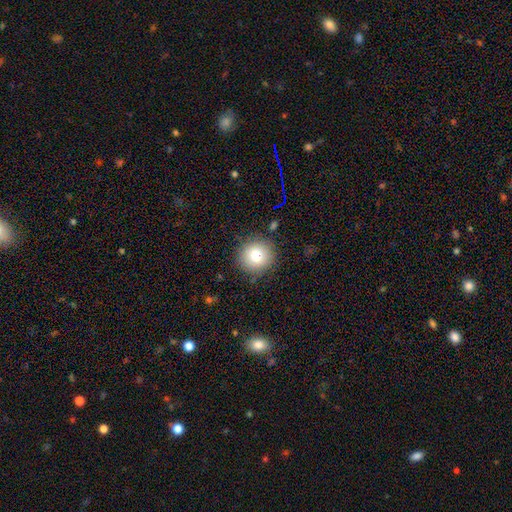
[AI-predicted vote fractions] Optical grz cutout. It shows a smooth galaxy with no disk features (78%) that is round (92%). Merging: none (87%).